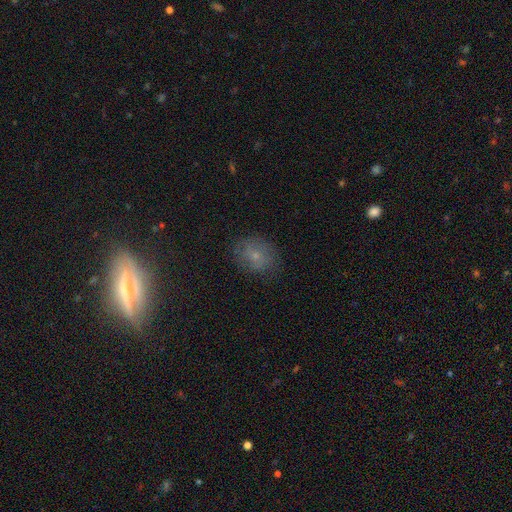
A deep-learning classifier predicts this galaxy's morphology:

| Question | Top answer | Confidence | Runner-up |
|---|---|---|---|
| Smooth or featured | smooth | 60% | featured or disk (24%) |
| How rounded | round | 58% | in between (41%) |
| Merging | none | 76% | minor disturbance (17%) |